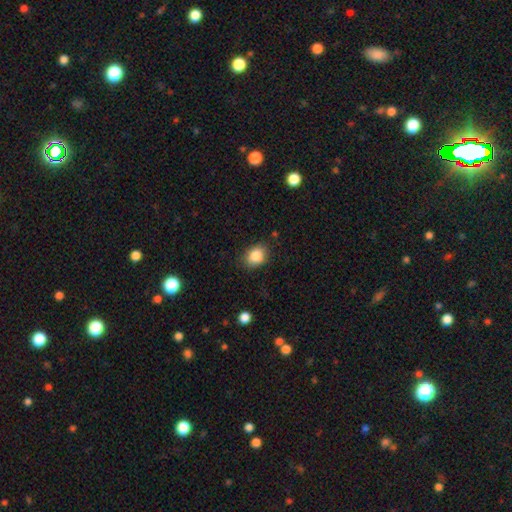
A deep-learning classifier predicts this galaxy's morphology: Overall: smooth (86%). How rounded: in between (58%; round 41%). Merging: none (81%).